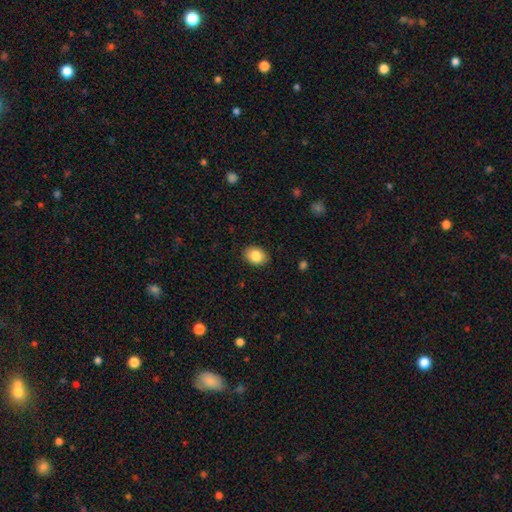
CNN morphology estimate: type=smooth (85%); roundness=in between (69%); merging=none (89%).